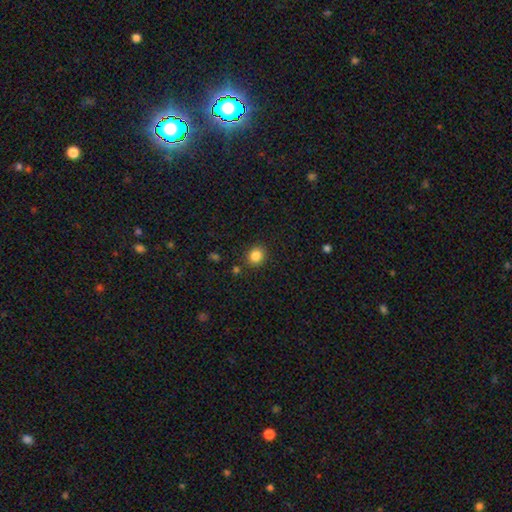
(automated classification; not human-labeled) Morphology: type=smooth (85%); roundness=round (73%); merging=none (85%).